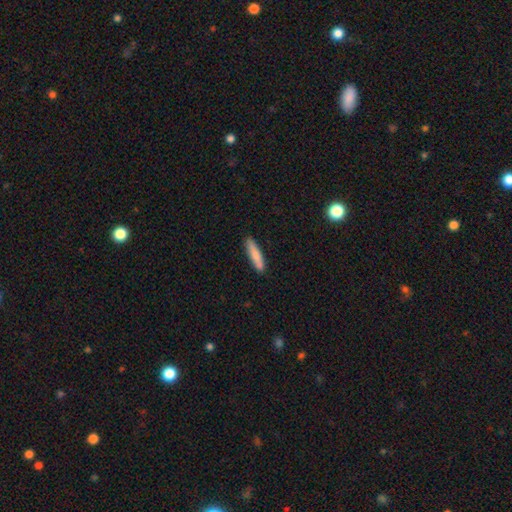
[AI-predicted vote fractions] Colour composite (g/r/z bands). It shows a smooth galaxy with no disk features (80%) that is cigar-shaped (83%). Merging: none (85%).